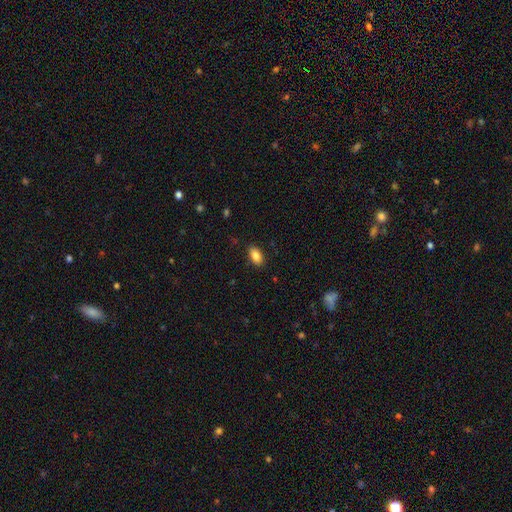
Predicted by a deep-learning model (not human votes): Smooth or featured?
  - smooth: 85% *
  - star or artifact: 8%
  - featured or disk: 7%
How rounded?
  - in between: 91% *
  - round: 5%
  - cigar-shaped: 4%
Merging?
  - none: 87% *
  - minor disturbance: 9%
  - major disturbance: 2%
  - merger: 1%